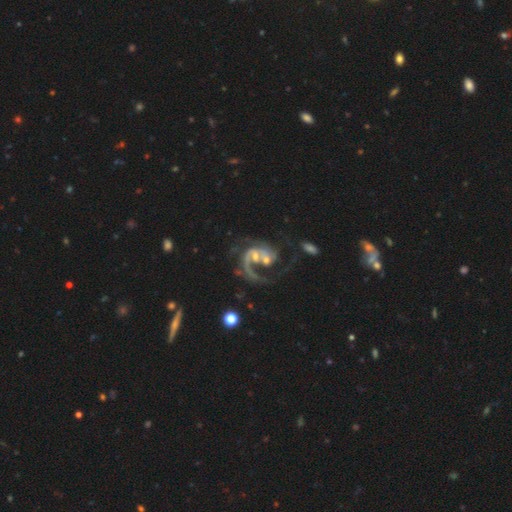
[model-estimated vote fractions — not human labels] The model was most divided on "spiral winding": medium: 42%, loose: 41%, tight: 17%. Remaining: edge-on disk — no (98%); spiral arms — yes (91%); smooth or featured — featured or disk (86%); spiral arm count — 1 (59%); bar — no (55%); bulge size — small (52%); merging — major disturbance (31%).